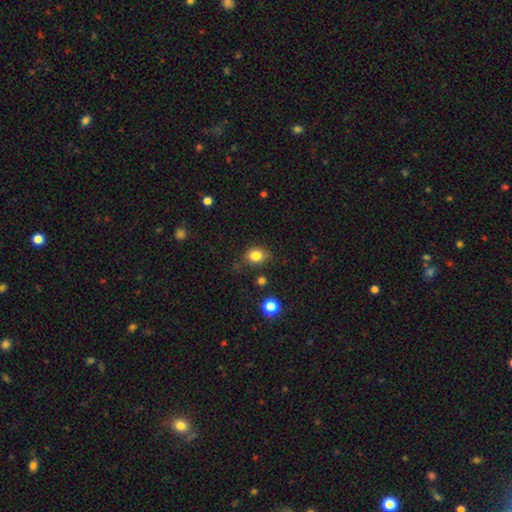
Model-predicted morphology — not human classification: This appears to be a smooth galaxy with no disk features (83%) that is round (50%). Merging: none (74%).